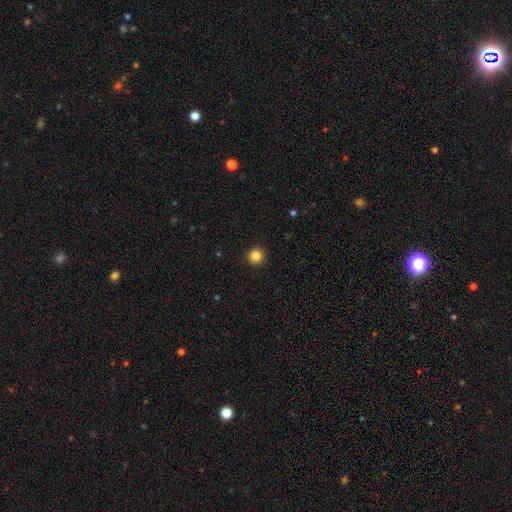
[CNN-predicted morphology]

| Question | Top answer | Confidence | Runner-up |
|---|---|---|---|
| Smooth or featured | smooth | 85% | star or artifact (11%) |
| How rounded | round | 96% | in between (3%) |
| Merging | none | 93% | minor disturbance (4%) |